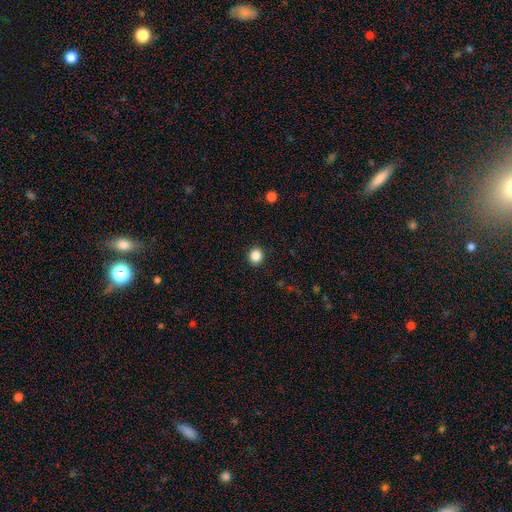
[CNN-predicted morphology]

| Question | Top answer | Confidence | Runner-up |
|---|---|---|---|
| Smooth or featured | smooth | 86% | star or artifact (10%) |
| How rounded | round | 83% | in between (16%) |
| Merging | none | 92% | minor disturbance (5%) |